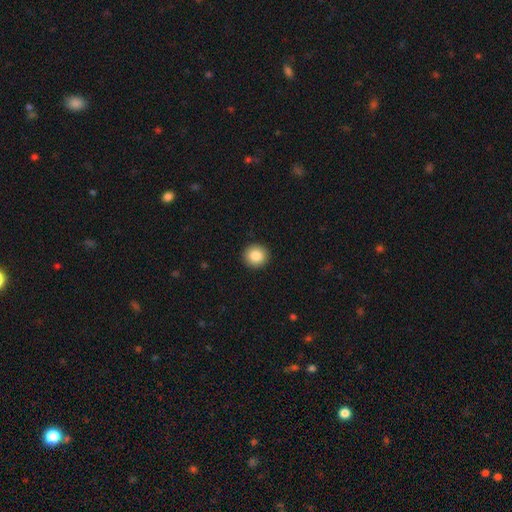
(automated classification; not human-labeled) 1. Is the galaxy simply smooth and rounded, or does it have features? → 86% smooth, 9% star or artifact, 6% featured or disk.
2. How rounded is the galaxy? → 92% round, 7% in between, 1% cigar-shaped.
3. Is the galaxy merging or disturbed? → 93% none, 5% minor disturbance, 2% major disturbance, 1% merger.